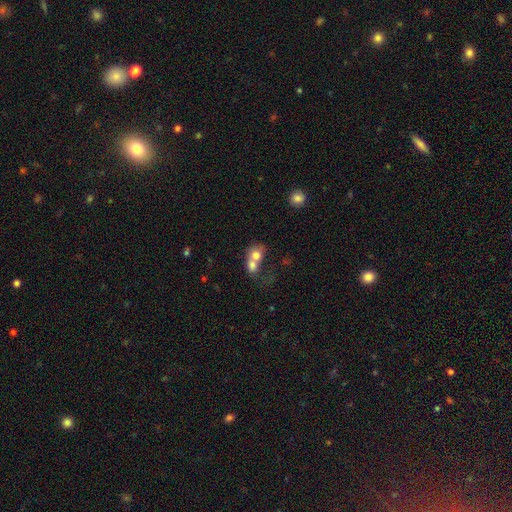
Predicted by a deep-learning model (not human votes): This is likely a smooth galaxy (70%). How rounded: likely round (60%). Merging: likely merger (73%).